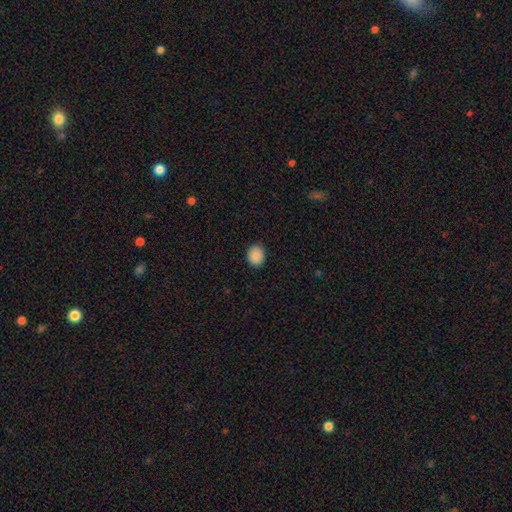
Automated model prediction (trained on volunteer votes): Overall: smooth (89%). How rounded: round (61%; in between 38%). Merging: none (89%).